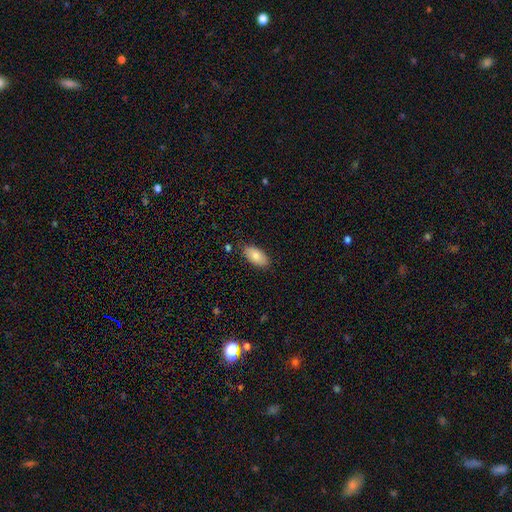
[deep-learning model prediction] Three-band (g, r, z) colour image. It shows a smooth galaxy with no disk features (83%) that is in between round and cigar-shaped (93%). Merging: none (84%).